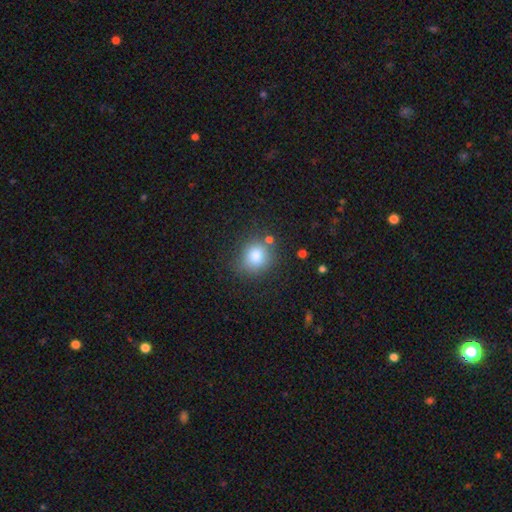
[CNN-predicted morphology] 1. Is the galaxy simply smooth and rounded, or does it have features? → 80% smooth, 11% star or artifact, 8% featured or disk.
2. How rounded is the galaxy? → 78% round, 21% in between, 1% cigar-shaped.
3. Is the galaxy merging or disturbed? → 75% none, 14% minor disturbance, 7% merger, 4% major disturbance.